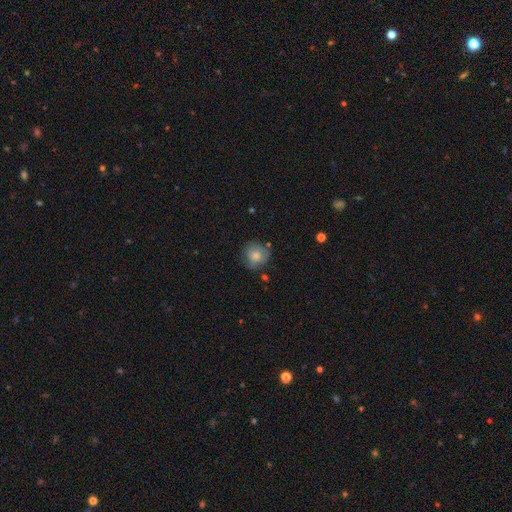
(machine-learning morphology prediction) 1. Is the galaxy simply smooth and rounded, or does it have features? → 73% smooth, 18% featured or disk, 8% star or artifact.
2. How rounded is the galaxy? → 84% round, 15% in between, 1% cigar-shaped.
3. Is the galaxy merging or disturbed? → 66% none, 23% minor disturbance, 7% major disturbance, 4% merger.